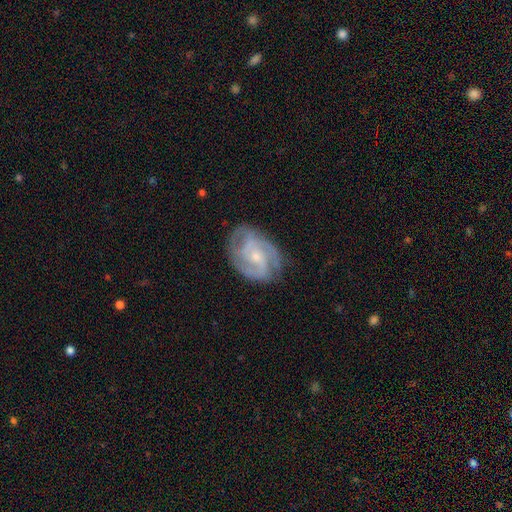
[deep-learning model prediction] Smooth or featured? Predicted: featured or disk (p=0.84). Edge-on disk? Predicted: no (p=0.97). Bar? Predicted: no (p=0.54). Spiral arms? Predicted: yes (p=0.95). Spiral winding? Predicted: medium (p=0.45). Spiral arm count? Predicted: 3 (p=0.36). Bulge size? Predicted: small (p=0.63). Merging? Predicted: none (p=0.72).